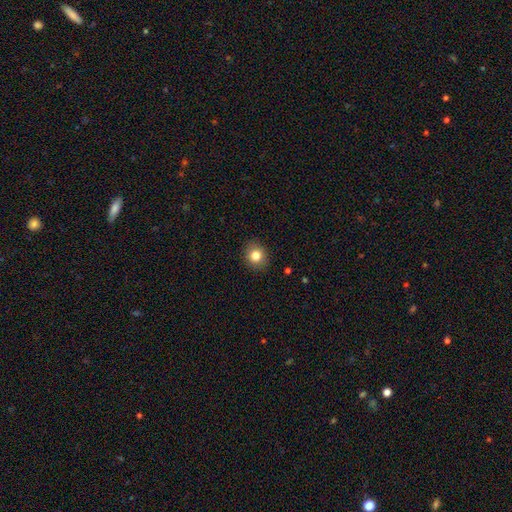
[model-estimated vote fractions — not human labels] This is clearly a smooth galaxy (82%). How rounded: likely round (79%). Merging: clearly none (90%).